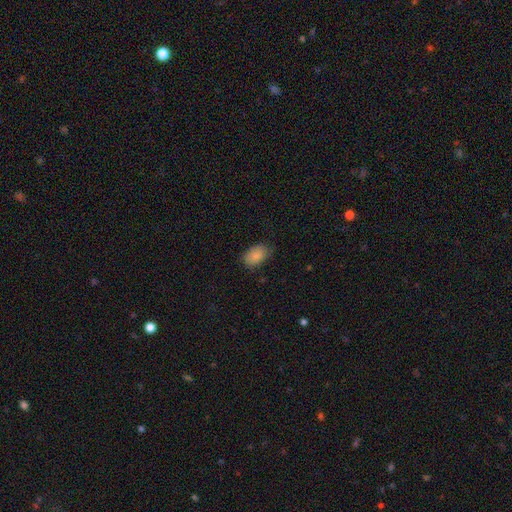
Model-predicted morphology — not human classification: Q: Smooth or featured?
A: smooth (85%); runner-up: featured or disk (8%)
Q: How rounded?
A: in between (89%); runner-up: round (10%)
Q: Merging?
A: none (75%); runner-up: minor disturbance (20%)